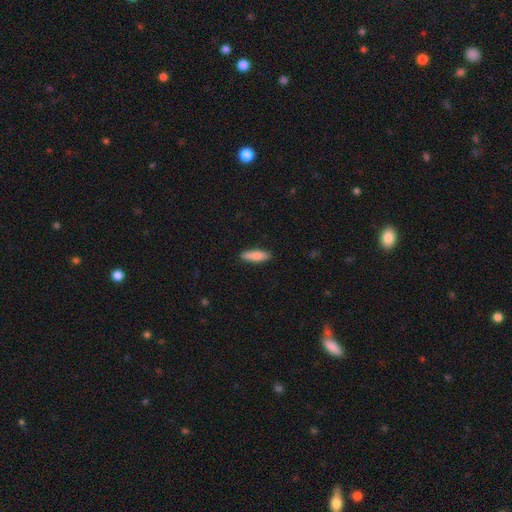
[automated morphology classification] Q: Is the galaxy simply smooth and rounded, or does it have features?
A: smooth — 84%.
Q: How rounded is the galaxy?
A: cigar-shaped — 61%.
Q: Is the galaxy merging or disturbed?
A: none — 88%.